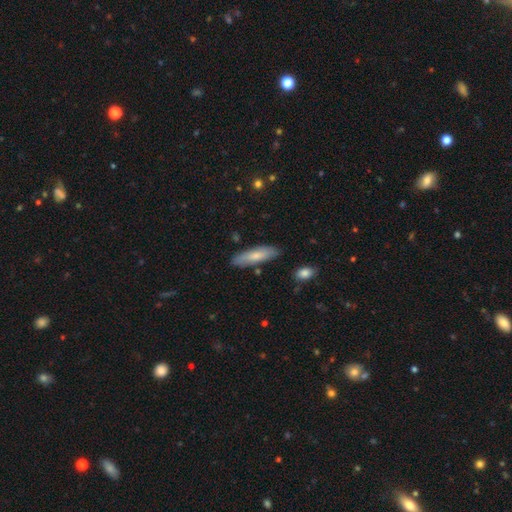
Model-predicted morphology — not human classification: smooth 73%, featured or disk 22%, star or artifact 6%. Down the decision tree: how rounded — cigar-shaped (61%); merging — none (83%).